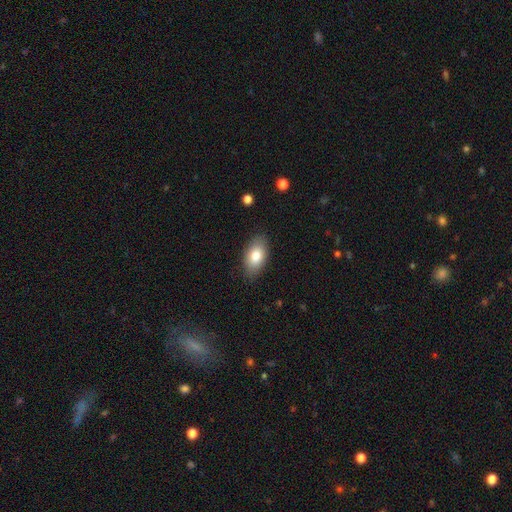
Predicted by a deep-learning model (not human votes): Overall: smooth (80%). How rounded: in between (92%). Merging: none (85%).